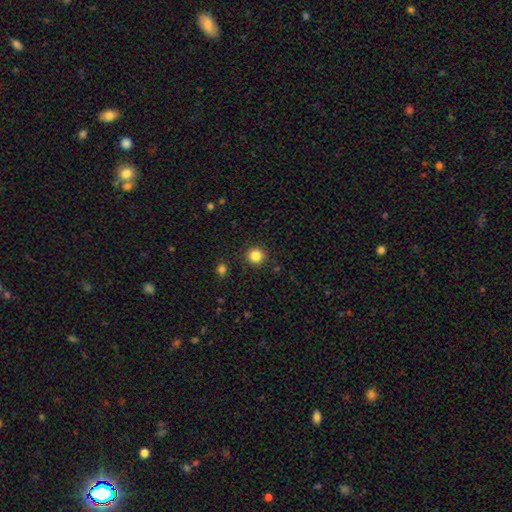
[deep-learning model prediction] Q: Smooth or featured?
A: smooth (85%); runner-up: star or artifact (11%)
Q: How rounded?
A: round (94%); runner-up: in between (5%)
Q: Merging?
A: none (91%); runner-up: minor disturbance (5%)